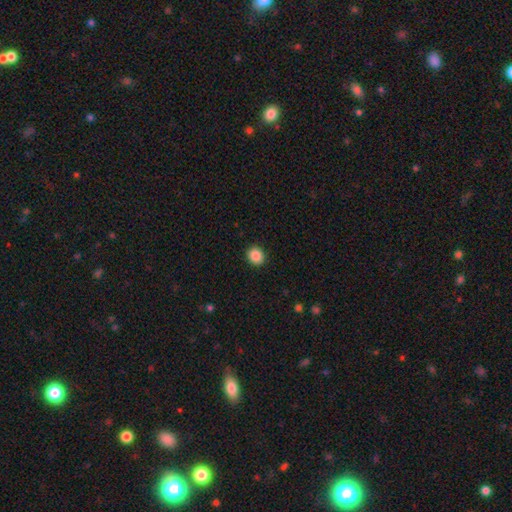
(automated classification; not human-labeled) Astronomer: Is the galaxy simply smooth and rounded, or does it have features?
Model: smooth — 88%.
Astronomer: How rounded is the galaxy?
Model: round — 72%.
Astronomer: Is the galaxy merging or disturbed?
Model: none — 91%.